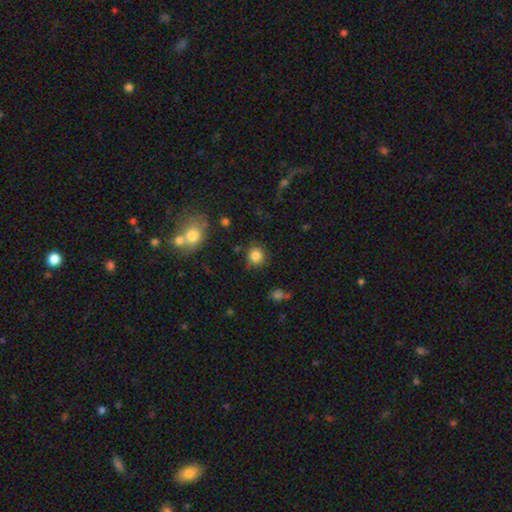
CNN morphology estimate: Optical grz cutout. It shows a smooth galaxy with no disk features (83%) that is round (86%). Merging: none (84%).